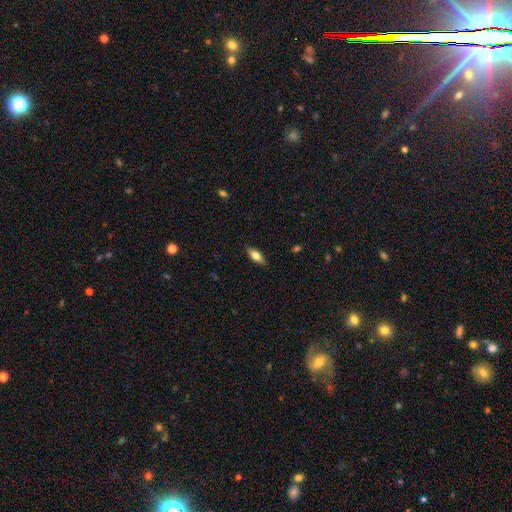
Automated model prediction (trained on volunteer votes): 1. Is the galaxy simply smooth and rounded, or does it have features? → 63% smooth, 30% featured or disk, 7% star or artifact.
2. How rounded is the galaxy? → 70% in between, 27% cigar-shaped, 3% round.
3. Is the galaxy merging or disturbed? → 86% none, 11% minor disturbance, 2% major disturbance, 1% merger.